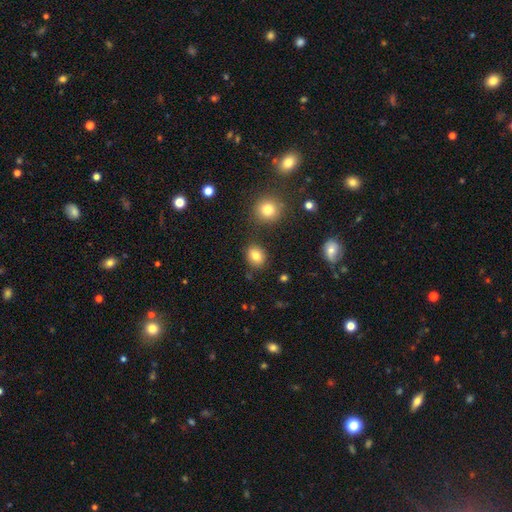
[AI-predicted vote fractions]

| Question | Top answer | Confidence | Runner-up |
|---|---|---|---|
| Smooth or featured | smooth | 81% | star or artifact (11%) |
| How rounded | round | 56% | in between (43%) |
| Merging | none | 83% | minor disturbance (9%) |